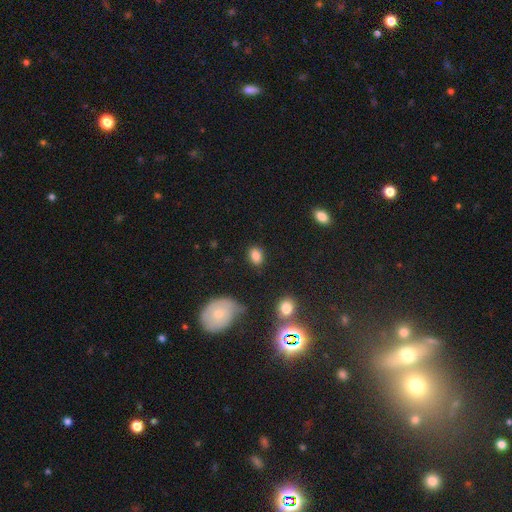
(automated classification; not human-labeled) A smooth galaxy with no disk features (84%) that is in between round and cigar-shaped (78%). Merging: none (80%).